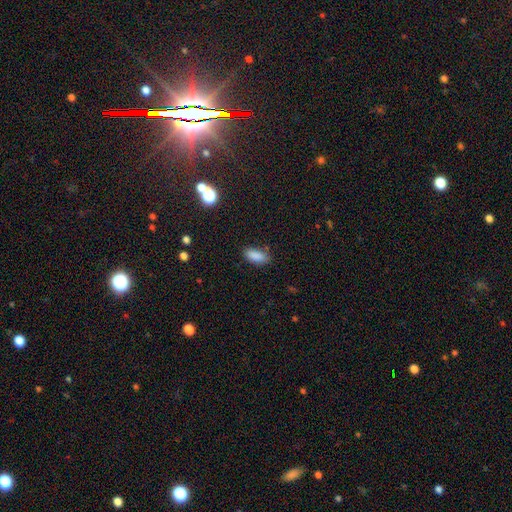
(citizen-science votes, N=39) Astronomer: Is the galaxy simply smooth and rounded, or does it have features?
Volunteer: smooth — 97%.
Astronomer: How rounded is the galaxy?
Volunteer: in between — 89%.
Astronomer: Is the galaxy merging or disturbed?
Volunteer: none — 79%.